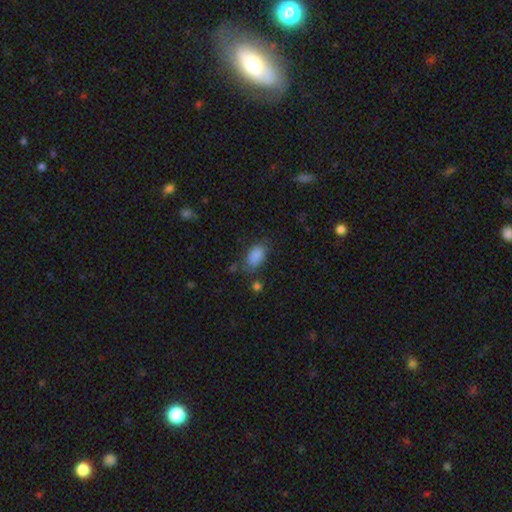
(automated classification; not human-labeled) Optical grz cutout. It shows a smooth galaxy with no disk features (87%) that is in between round and cigar-shaped (91%). Merging: none (68%).